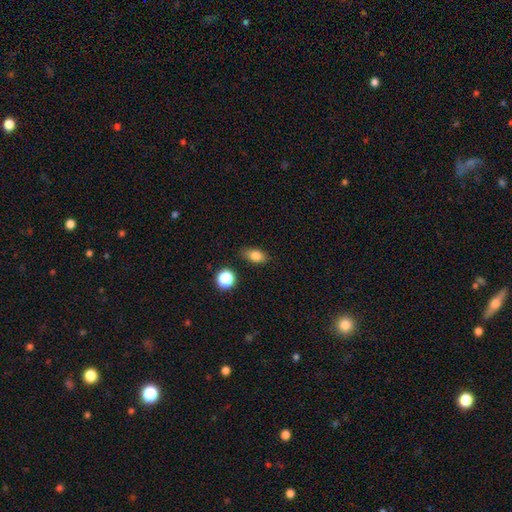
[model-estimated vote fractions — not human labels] Morphology: type=smooth (81%); roundness=in between (80%); merging=none (80%).